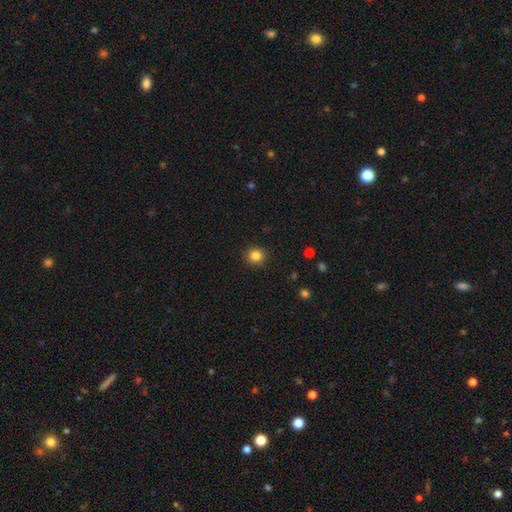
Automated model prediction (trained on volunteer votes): Smooth or featured: smooth — 84% (star or artifact — 11%)
How rounded: round — 91% (in between — 8%)
Merging: none — 91% (minor disturbance — 6%)